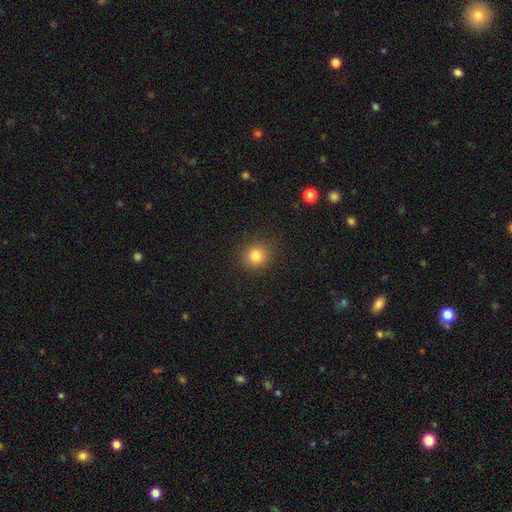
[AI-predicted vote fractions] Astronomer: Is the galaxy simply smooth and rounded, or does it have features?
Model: smooth — 81%.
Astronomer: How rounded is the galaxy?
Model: round — 91%.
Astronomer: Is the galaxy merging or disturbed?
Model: none — 90%.